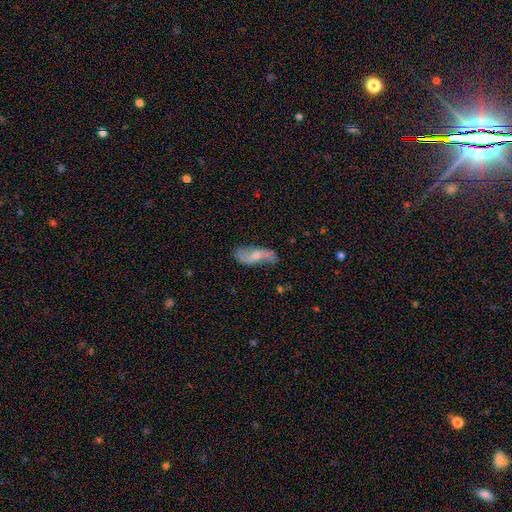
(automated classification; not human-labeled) The model was most divided on "smooth or featured": featured or disk: 49%, smooth: 42%, star or artifact: 8%. More confident: merging — none (50%).